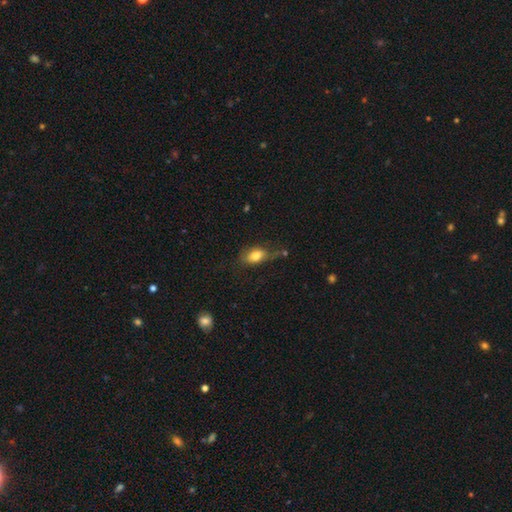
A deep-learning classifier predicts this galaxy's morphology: A smooth galaxy with no disk features (78%) that is in between round and cigar-shaped (85%). Merging: none (57%).